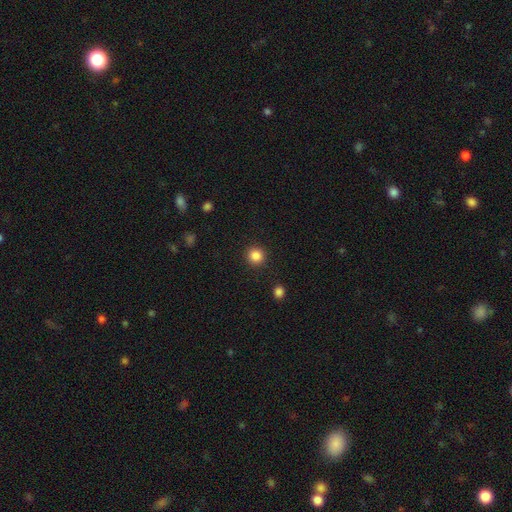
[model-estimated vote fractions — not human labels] Overall: smooth (85%). How rounded: round (94%). Merging: none (92%).